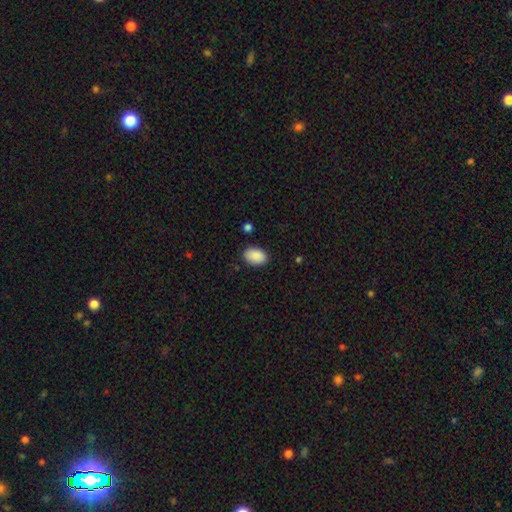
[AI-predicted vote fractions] A smooth galaxy with no disk features (89%) that is in between round and cigar-shaped (87%). Merging: none (87%).